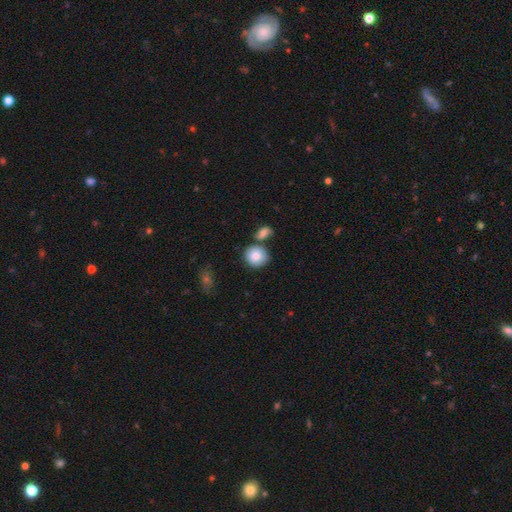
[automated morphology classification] Overall: smooth (83%). How rounded: round (83%). Merging: none (64%).